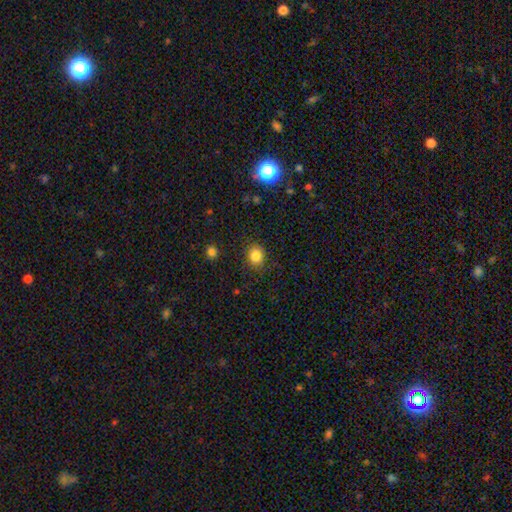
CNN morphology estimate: Smooth or featured: smooth — 83% (star or artifact — 11%)
How rounded: round — 75% (in between — 24%)
Merging: none — 87% (minor disturbance — 9%)